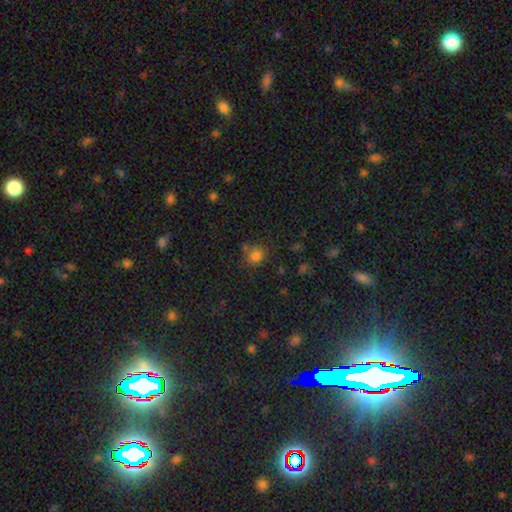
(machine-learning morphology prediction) Overall: smooth (76%). How rounded: round (73%). Merging: none (60%).